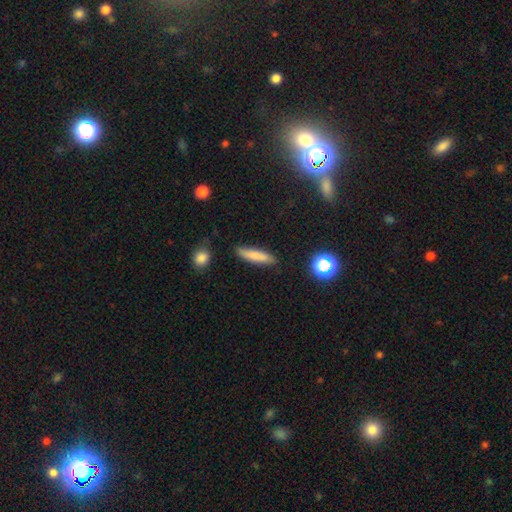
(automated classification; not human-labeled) Smooth or featured: smooth — 79% (featured or disk — 13%)
How rounded: cigar-shaped — 81% (in between — 17%)
Merging: none — 87% (minor disturbance — 9%)